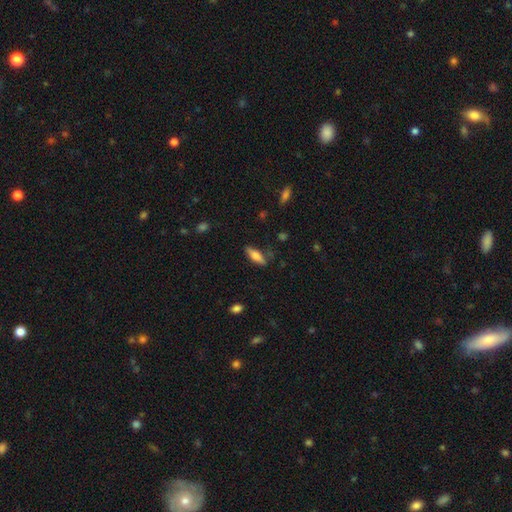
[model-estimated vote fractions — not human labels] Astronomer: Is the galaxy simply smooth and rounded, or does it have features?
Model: smooth — 62%.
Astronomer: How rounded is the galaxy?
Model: cigar-shaped — 49%, tied with in between at 49%.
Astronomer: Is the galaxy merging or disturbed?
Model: none — 79%.